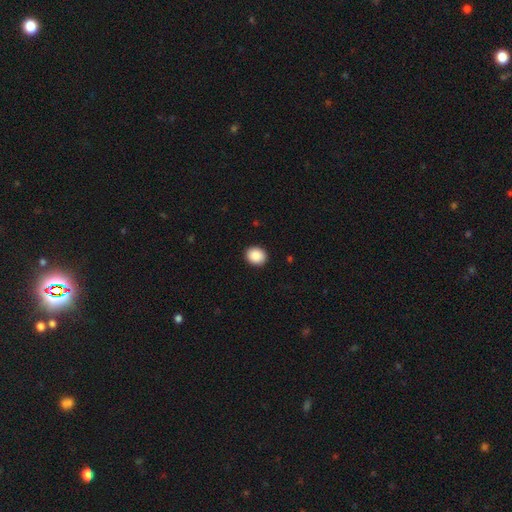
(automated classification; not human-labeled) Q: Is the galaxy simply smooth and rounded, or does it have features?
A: smooth — 89%.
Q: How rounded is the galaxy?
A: round — 69%.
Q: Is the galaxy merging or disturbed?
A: none — 91%.